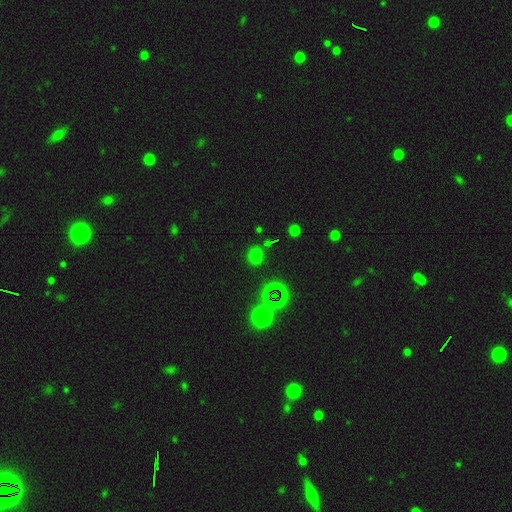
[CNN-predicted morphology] smooth 59%, star or artifact 35%, featured or disk 6%. Down the decision tree: how rounded — round (69%); merging — none (80%).